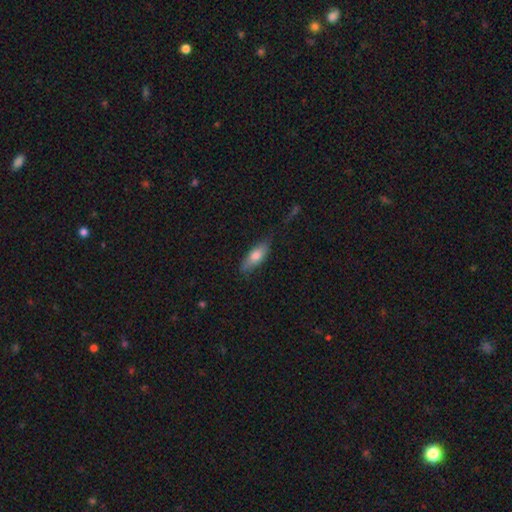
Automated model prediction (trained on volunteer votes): A smooth galaxy with no disk features (73%) that is in between round and cigar-shaped (70%).

Vote fractions:
- Smooth or featured? smooth: 73% / featured or disk: 20% / star or artifact: 7%
- How rounded? in between: 70% / cigar-shaped: 28% / round: 3%
- Merging? none: 74% / minor disturbance: 20% / major disturbance: 5% / merger: 2%